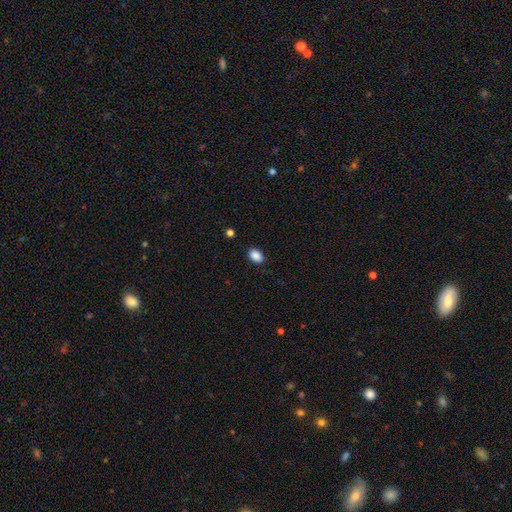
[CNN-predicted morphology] The model was most divided on "how rounded": in between: 83%, round: 16%, cigar-shaped: 1%. More confident: smooth or featured — smooth (89%); merging — none (86%).